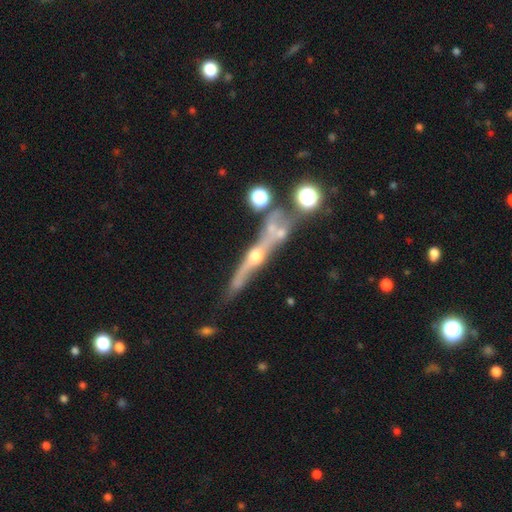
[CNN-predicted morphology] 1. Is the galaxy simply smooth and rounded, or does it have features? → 73% featured or disk, 14% smooth, 13% star or artifact.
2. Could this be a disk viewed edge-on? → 88% yes, 12% no.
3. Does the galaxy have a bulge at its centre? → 81% rounded, 14% none, 5% boxy.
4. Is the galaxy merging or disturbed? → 54% none, 20% merger, 16% minor disturbance, 10% major disturbance.